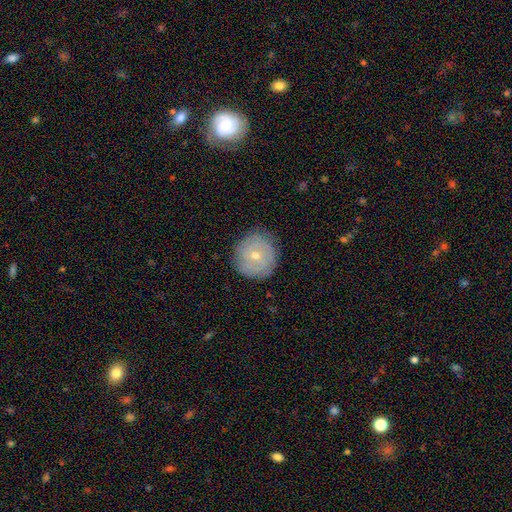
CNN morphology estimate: A featured or disk galaxy (47%).

Vote fractions:
- Smooth or featured? featured or disk: 47% / smooth: 45% / star or artifact: 9%
- Merging? none: 83% / minor disturbance: 12% / major disturbance: 3% / merger: 1%